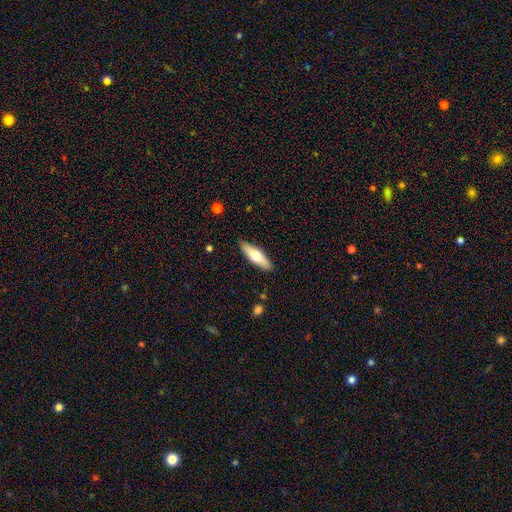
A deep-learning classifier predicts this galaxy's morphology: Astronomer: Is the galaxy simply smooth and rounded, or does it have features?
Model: smooth — 57% (runner-up: featured or disk, 38%).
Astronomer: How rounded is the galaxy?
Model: cigar-shaped — 50% (runner-up: in between, 48%).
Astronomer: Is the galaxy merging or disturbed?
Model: none — 88%.